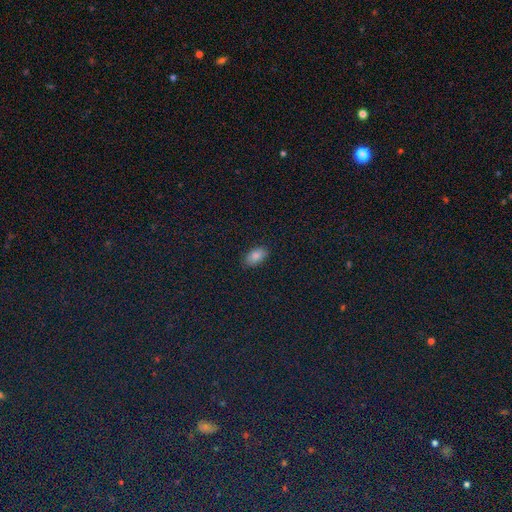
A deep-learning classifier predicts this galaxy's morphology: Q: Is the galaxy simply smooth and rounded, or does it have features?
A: smooth — 80%.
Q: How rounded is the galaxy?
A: in between — 92%.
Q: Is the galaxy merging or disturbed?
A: none — 89%.